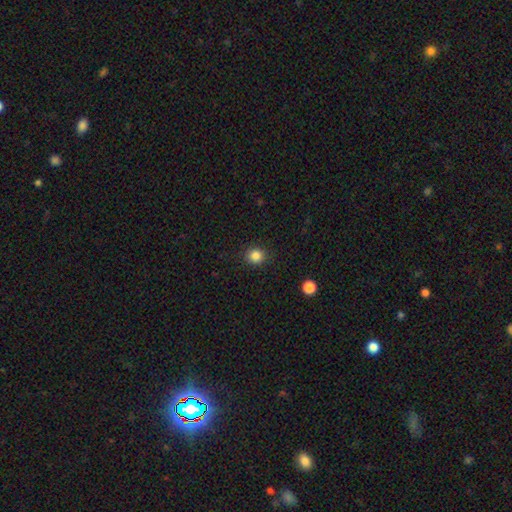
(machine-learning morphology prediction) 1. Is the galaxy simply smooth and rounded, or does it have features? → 85% smooth, 11% star or artifact, 4% featured or disk.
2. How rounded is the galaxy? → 85% round, 15% in between, 1% cigar-shaped.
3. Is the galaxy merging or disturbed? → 90% none, 7% minor disturbance, 2% major disturbance, 1% merger.